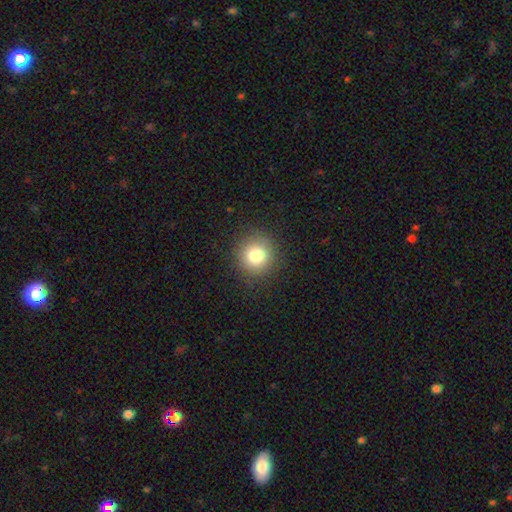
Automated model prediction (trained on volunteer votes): Smooth or featured? Predicted: smooth (p=0.81). How rounded? Predicted: round (p=0.94). Merging? Predicted: none (p=0.90).